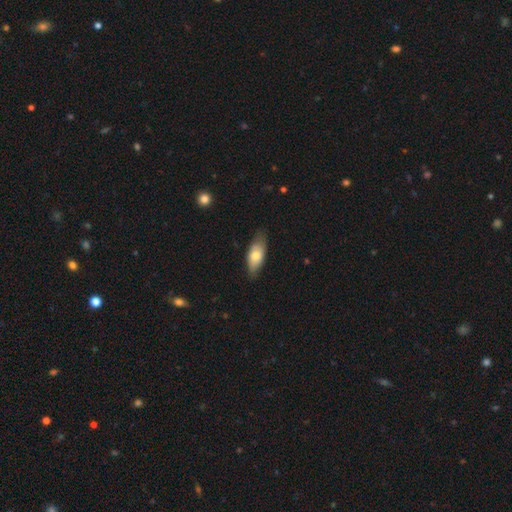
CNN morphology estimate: type=smooth (69%); roundness=in between (83%); merging=none (74%).